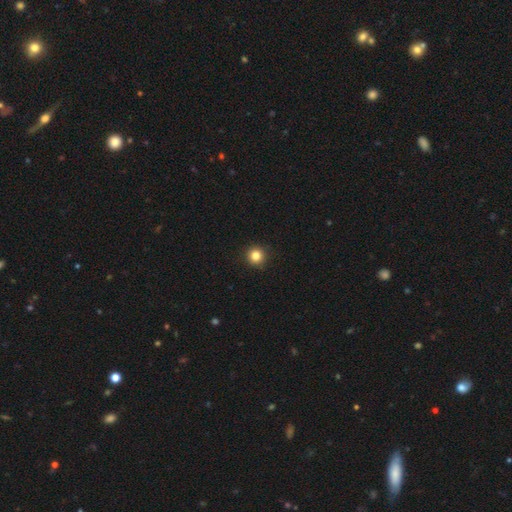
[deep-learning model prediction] Smooth or featured? smooth (82%)
How rounded? round (95%)
Merging? none (93%)